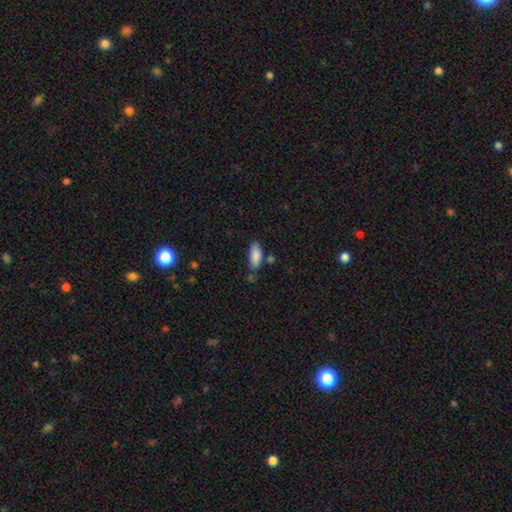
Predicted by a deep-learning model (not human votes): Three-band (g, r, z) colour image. It shows a smooth galaxy with no disk features (87%) that is in between round and cigar-shaped (81%). Merging: none (67%).